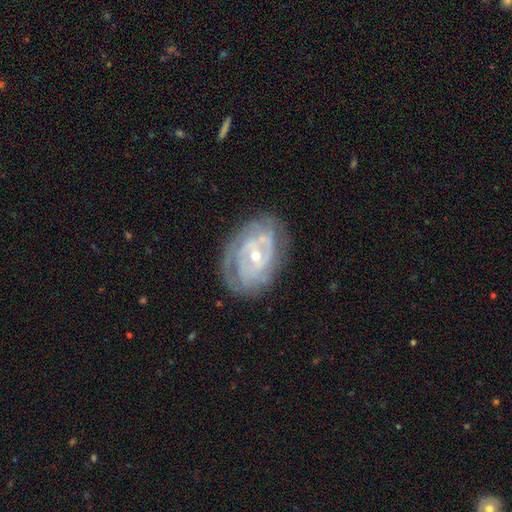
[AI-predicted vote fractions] Smooth or featured?
  - featured or disk: 85% *
  - smooth: 10%
  - star or artifact: 6%
Edge-on disk?
  - no: 96% *
  - yes: 4%
Bar?
  - no: 51% *
  - weak: 35%
  - strong: 14%
Spiral arms?
  - yes: 87% *
  - no: 13%
Spiral winding?
  - tight: 66% *
  - medium: 26%
  - loose: 8%
Spiral arm count?
  - can't tell: 37% *
  - 2: 33%
  - 3: 15%
  - 4: 6%
  - 1: 5%
  - more than 4: 4%
Bulge size?
  - small: 55% *
  - moderate: 42%
  - large: 1%
  - none: 1%
  - dominant: 1%
Merging?
  - none: 69% *
  - minor disturbance: 21%
  - major disturbance: 9%
  - merger: 1%